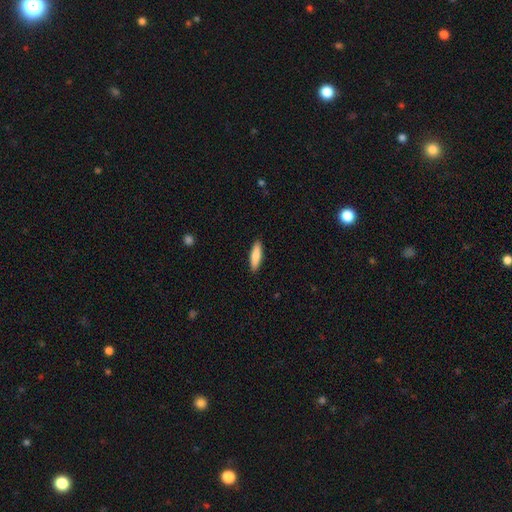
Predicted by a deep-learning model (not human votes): Smooth or featured?
  - smooth: 84% *
  - featured or disk: 11%
  - star or artifact: 5%
How rounded?
  - cigar-shaped: 60% *
  - in between: 38%
  - round: 2%
Merging?
  - none: 90% *
  - minor disturbance: 7%
  - major disturbance: 2%
  - merger: 1%